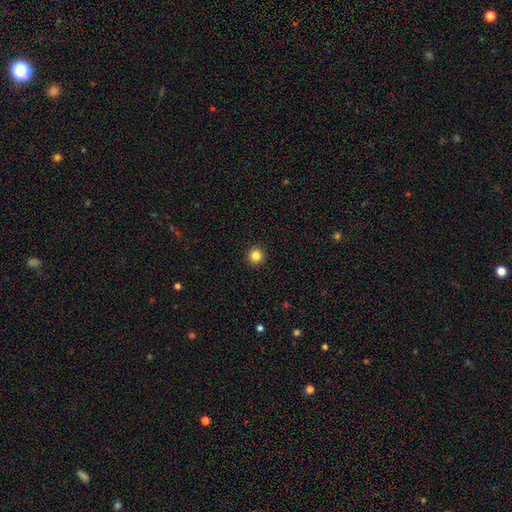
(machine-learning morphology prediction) type=smooth (83%); roundness=round (96%); merging=none (94%).